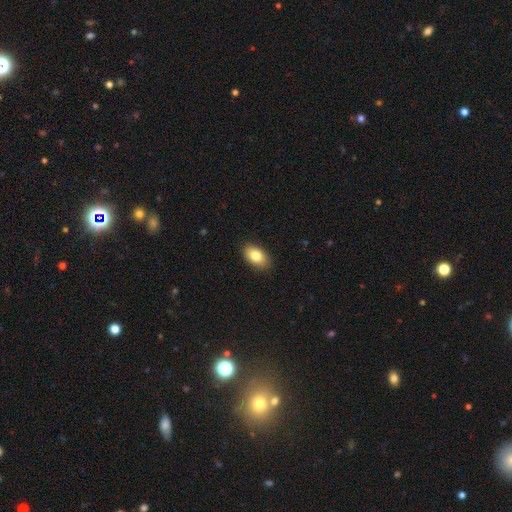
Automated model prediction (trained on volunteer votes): A smooth galaxy with no disk features (82%) that is in between round and cigar-shaped (91%).

Vote fractions:
- Smooth or featured? smooth: 82% / featured or disk: 10% / star or artifact: 7%
- How rounded? in between: 91% / round: 7% / cigar-shaped: 2%
- Merging? none: 88% / minor disturbance: 9% / major disturbance: 2% / merger: 1%